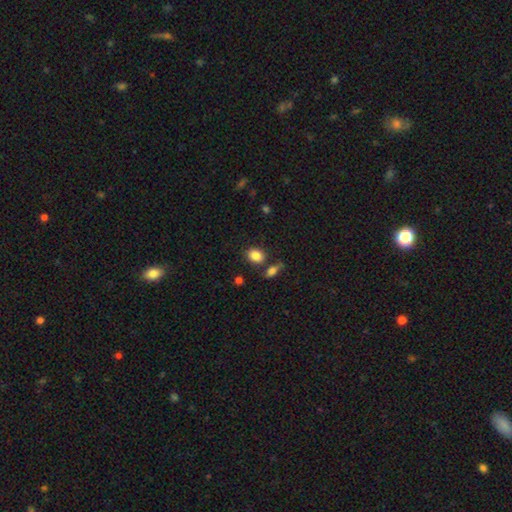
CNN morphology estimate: This appears to be a smooth galaxy with no disk features (86%) that is in between round and cigar-shaped (64%). Merging: none (73%).